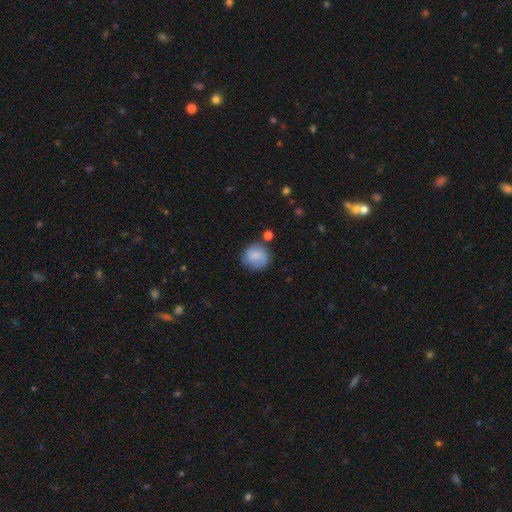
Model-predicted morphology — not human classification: smooth 74%, featured or disk 18%, star or artifact 8%. Down the decision tree: how rounded — round (87%); merging — none (67%).